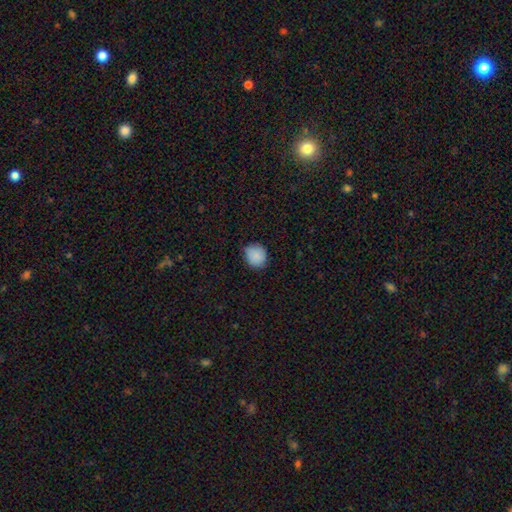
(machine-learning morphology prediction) A smooth galaxy with no disk features (86%) that is round (82%).

Vote fractions:
- Smooth or featured? smooth: 86% / star or artifact: 9% / featured or disk: 5%
- How rounded? round: 82% / in between: 17% / cigar-shaped: 1%
- Merging? none: 71% / minor disturbance: 25% / major disturbance: 3% / merger: 1%